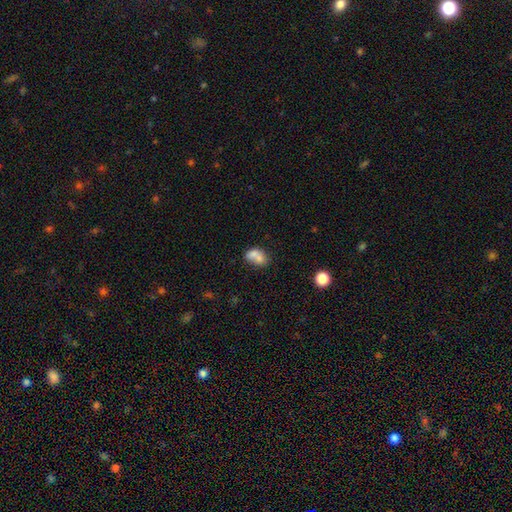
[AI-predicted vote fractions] Morphology: type=smooth (71%); roundness=in between (68%); merging=merger (58%).